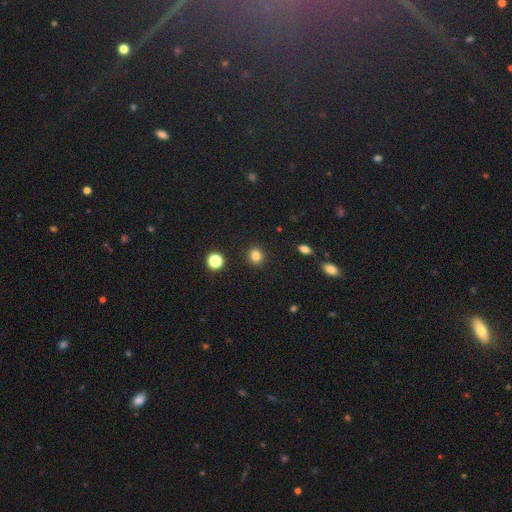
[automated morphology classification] A smooth galaxy with no disk features (83%) that is round (84%).

Vote fractions:
- Smooth or featured? smooth: 83% / star or artifact: 12% / featured or disk: 5%
- How rounded? round: 84% / in between: 15% / cigar-shaped: 1%
- Merging? none: 90% / minor disturbance: 6% / major disturbance: 2% / merger: 2%